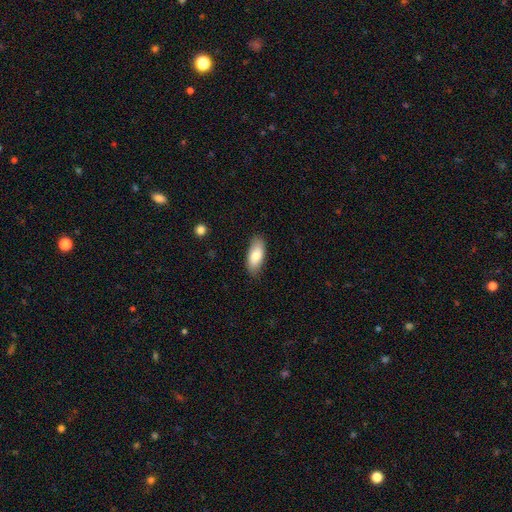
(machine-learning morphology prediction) A smooth galaxy with no disk features (79%) that is in between round and cigar-shaped (84%). Merging: none (85%).